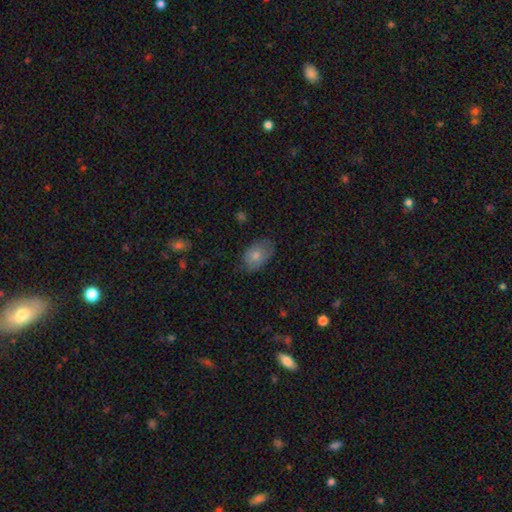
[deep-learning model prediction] smooth_or_featured: smooth (p=0.76) [alt: featured or disk p=0.16]
how_rounded: in between (p=0.88) [alt: round p=0.11]
merging: none (p=0.65) [alt: minor disturbance p=0.27]